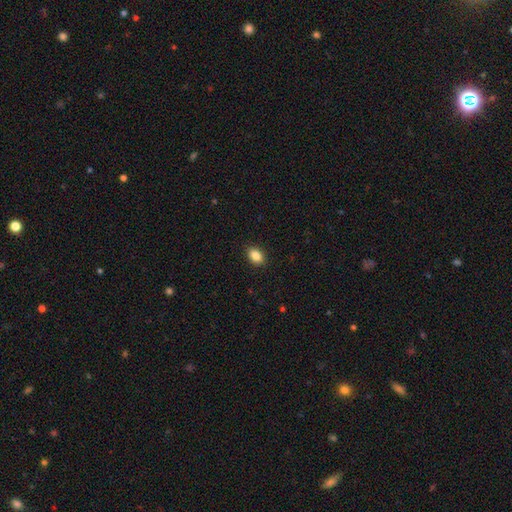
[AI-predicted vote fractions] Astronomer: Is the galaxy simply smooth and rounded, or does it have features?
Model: smooth — 86%.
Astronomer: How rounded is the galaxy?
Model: in between — 83%.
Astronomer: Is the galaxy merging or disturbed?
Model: none — 90%.